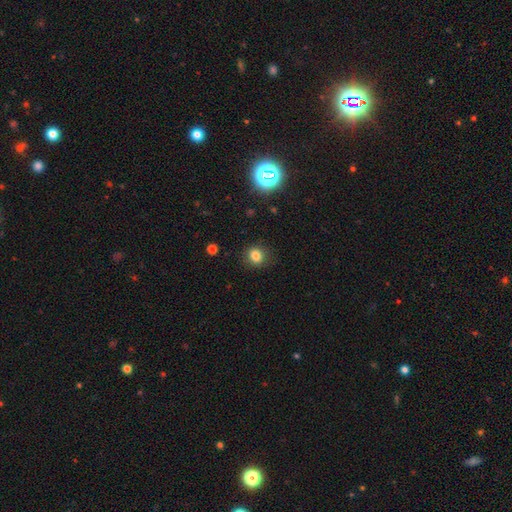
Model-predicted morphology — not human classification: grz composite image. It shows a smooth galaxy with no disk features (81%) that is round (75%). Merging: none (85%).